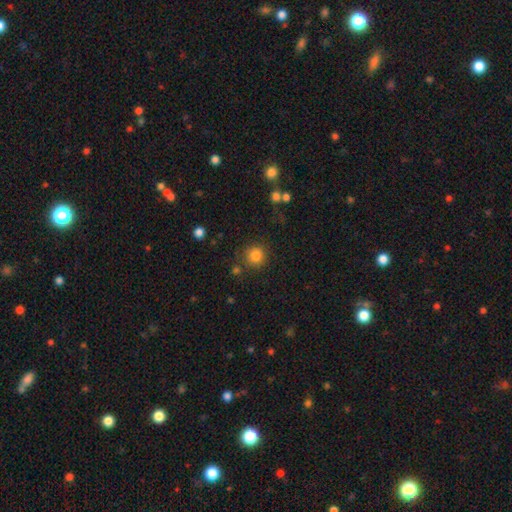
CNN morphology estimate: A smooth galaxy with no disk features (83%) that is round (92%). Merging: none (82%).